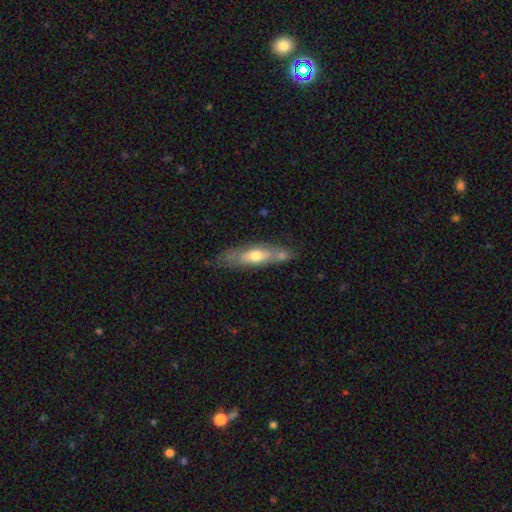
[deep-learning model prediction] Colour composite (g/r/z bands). It shows a smooth galaxy with no disk features (48%). Merging: none (62%).